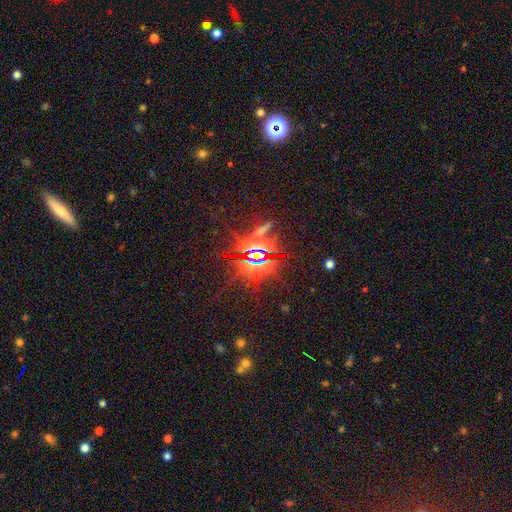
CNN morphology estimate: Smooth or featured? Predicted: star or artifact (p=0.79).